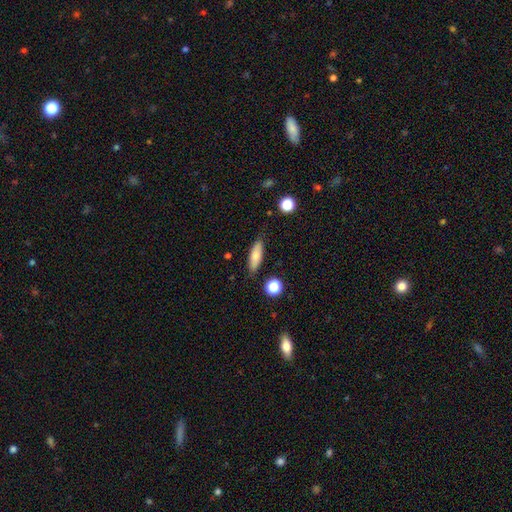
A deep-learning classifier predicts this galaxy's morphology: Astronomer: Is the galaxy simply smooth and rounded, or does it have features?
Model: smooth — 74%.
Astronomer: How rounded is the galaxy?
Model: in between — 54% (runner-up: cigar-shaped, 43%).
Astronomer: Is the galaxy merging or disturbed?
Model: none — 82%.